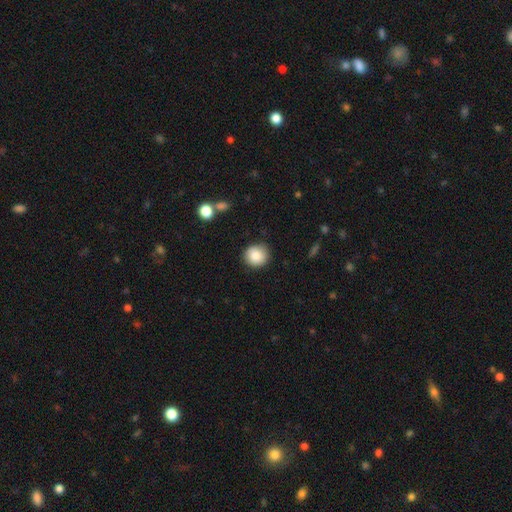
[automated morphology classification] Q: Smooth or featured?
A: smooth (86%); runner-up: star or artifact (8%)
Q: How rounded?
A: round (89%); runner-up: in between (10%)
Q: Merging?
A: none (88%); runner-up: minor disturbance (9%)